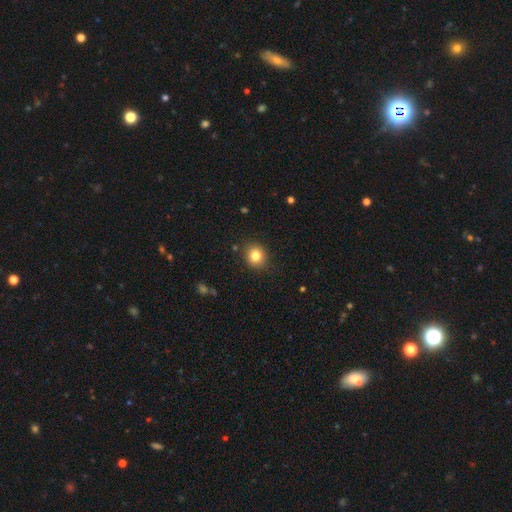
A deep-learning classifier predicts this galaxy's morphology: This is clearly a smooth galaxy (82%). How rounded: likely round (80%). Merging: clearly none (89%).